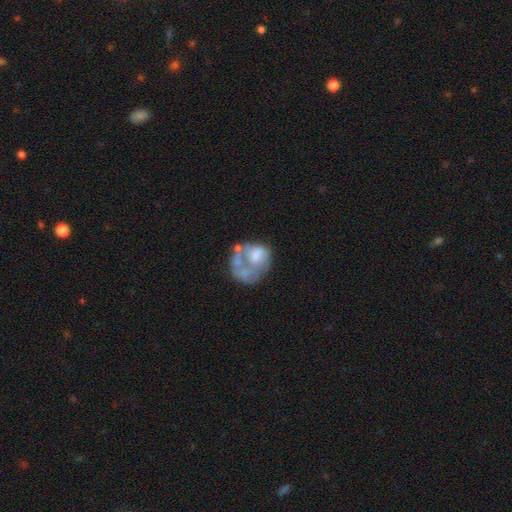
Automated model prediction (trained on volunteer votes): smooth_or_featured: featured or disk (p=0.51) [alt: smooth p=0.40]
disk_edge_on: no (p=0.98) [alt: yes p=0.02]
bar: no (p=0.86) [alt: weak p=0.11]
has_spiral_arms: no (p=0.86) [alt: yes p=0.14]
bulge_size: none (p=0.47) [alt: moderate p=0.28]
merging: major disturbance (p=0.33) [alt: none p=0.27]